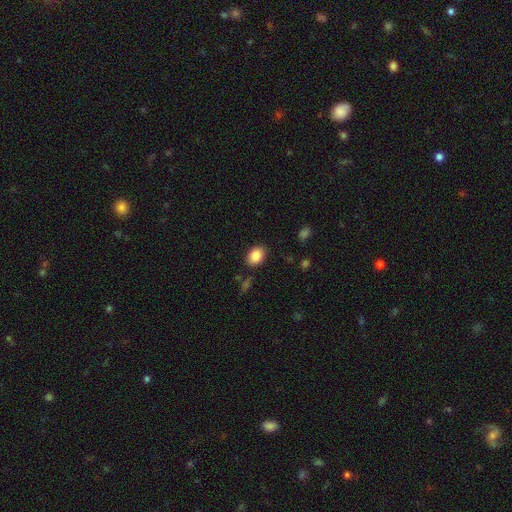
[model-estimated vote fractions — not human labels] This is clearly a smooth galaxy (86%). How rounded: likely in between (72%). Merging: clearly none (85%).